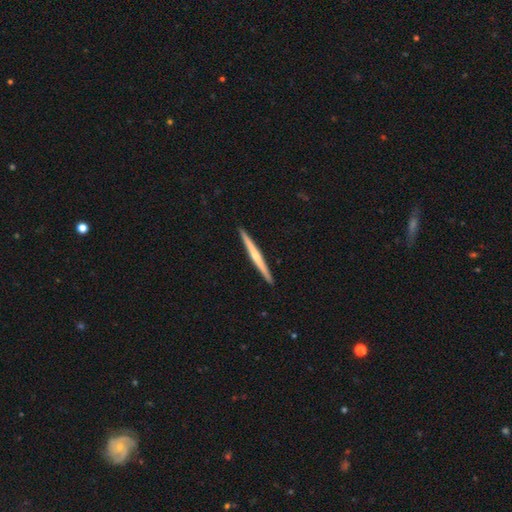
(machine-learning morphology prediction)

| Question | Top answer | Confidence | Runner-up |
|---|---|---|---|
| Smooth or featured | featured or disk | 61% | smooth (34%) |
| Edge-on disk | yes | 98% | no (2%) |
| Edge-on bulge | rounded | 50% | none (43%) |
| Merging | none | 93% | minor disturbance (5%) |